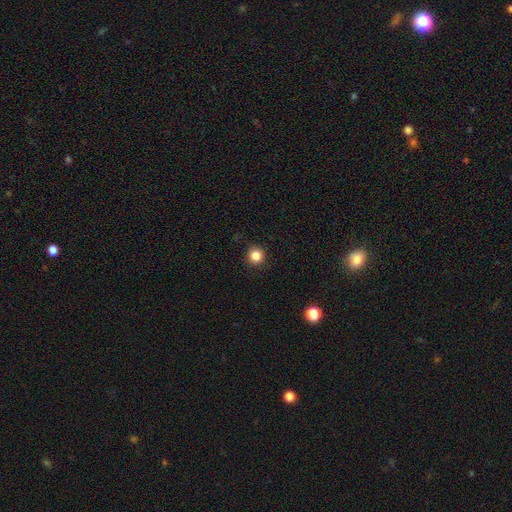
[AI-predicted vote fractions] A smooth galaxy with no disk features (85%) that is round (94%). Merging: none (92%).